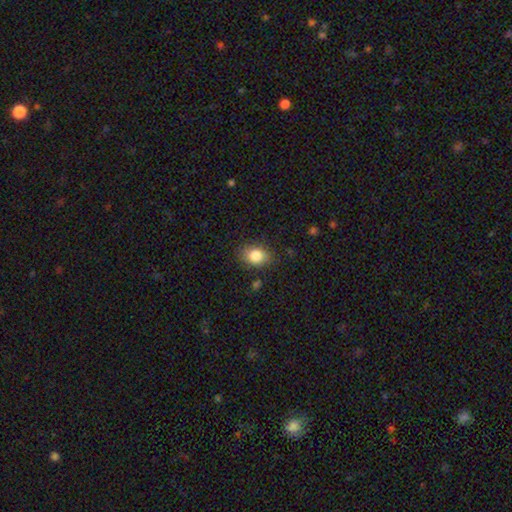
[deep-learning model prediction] Smooth or featured?
  - smooth: 83% *
  - star or artifact: 9%
  - featured or disk: 8%
How rounded?
  - in between: 68% *
  - round: 31%
  - cigar-shaped: 1%
Merging?
  - none: 82% *
  - minor disturbance: 13%
  - major disturbance: 3%
  - merger: 2%